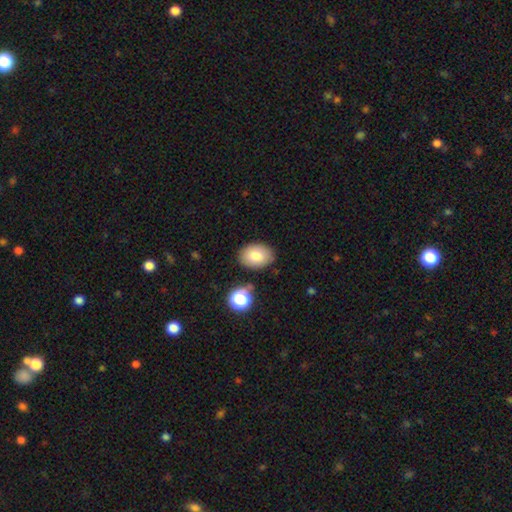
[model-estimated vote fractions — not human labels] Smooth or featured?
  - smooth: 81% *
  - featured or disk: 10%
  - star or artifact: 9%
How rounded?
  - in between: 79% *
  - round: 20%
  - cigar-shaped: 1%
Merging?
  - none: 84% *
  - minor disturbance: 11%
  - merger: 3%
  - major disturbance: 3%